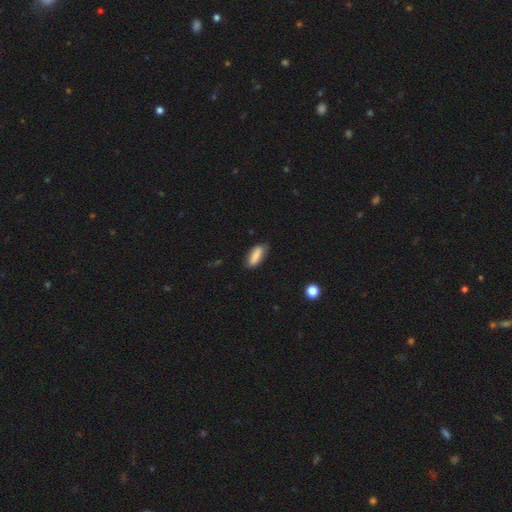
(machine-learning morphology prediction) The model was most divided on "how rounded": in between: 67%, cigar-shaped: 31%, round: 2%. More confident: smooth or featured — smooth (82%); merging — none (79%).